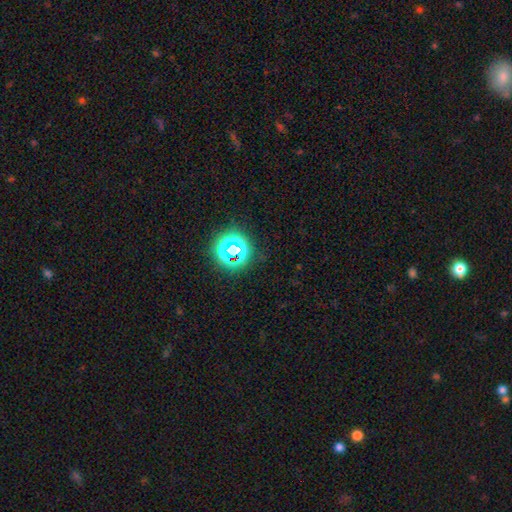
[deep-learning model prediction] Smooth or featured: star or artifact — 72% (smooth — 22%)